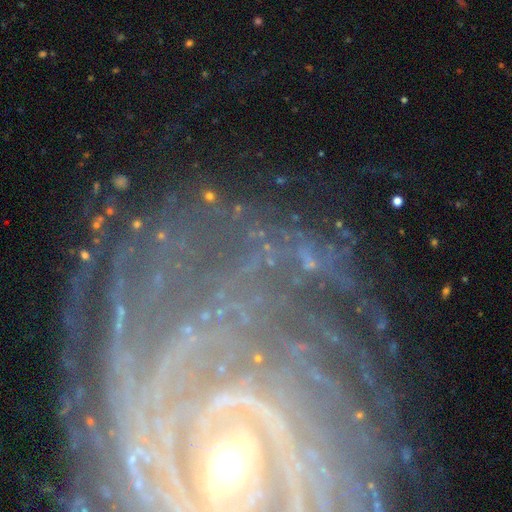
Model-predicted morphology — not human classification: Smooth or featured? featured or disk (66%)
Edge-on disk? no (92%)
Bar? no (37%)
Spiral arms? yes (89%)
Spiral winding? tight (70%)
Spiral arm count? can't tell (30%)
Bulge size? small (57%)
Merging? none (69%)